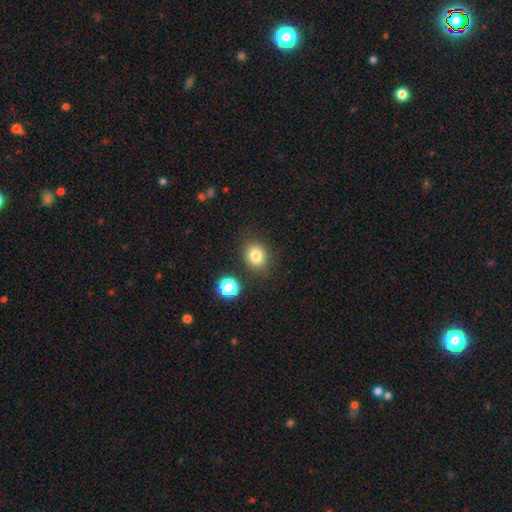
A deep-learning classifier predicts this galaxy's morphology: This is clearly a smooth galaxy (81%). How rounded: likely round (68%). Merging: clearly none (81%).